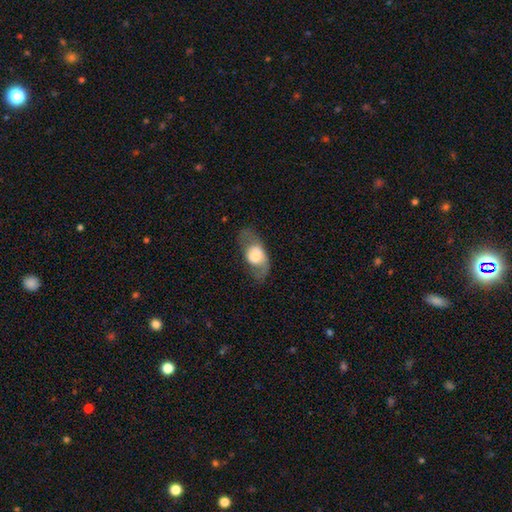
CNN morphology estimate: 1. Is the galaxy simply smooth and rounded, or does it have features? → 50% smooth, 43% featured or disk, 7% star or artifact.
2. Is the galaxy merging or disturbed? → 58% none, 21% minor disturbance, 19% major disturbance, 2% merger.